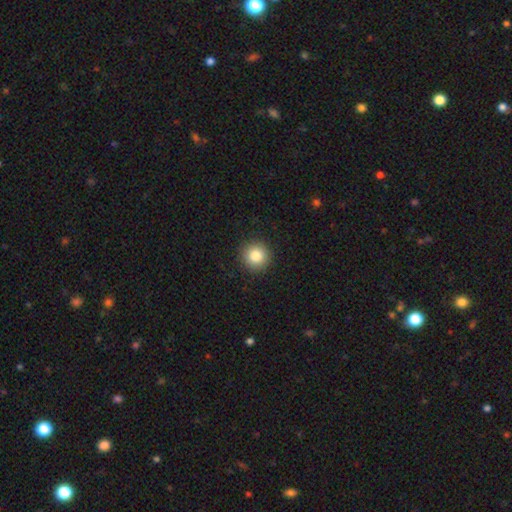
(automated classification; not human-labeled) A smooth galaxy with no disk features (84%) that is round (95%). Merging: none (92%).